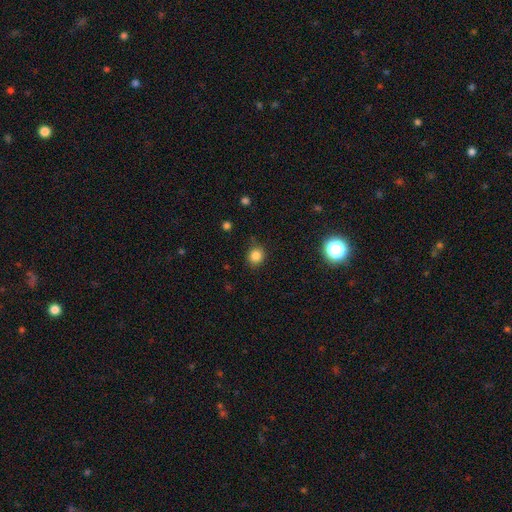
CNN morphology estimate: smooth_or_featured: smooth (p=0.83) [alt: star or artifact p=0.13]
how_rounded: round (p=0.81) [alt: in between p=0.18]
merging: none (p=0.84) [alt: minor disturbance p=0.12]